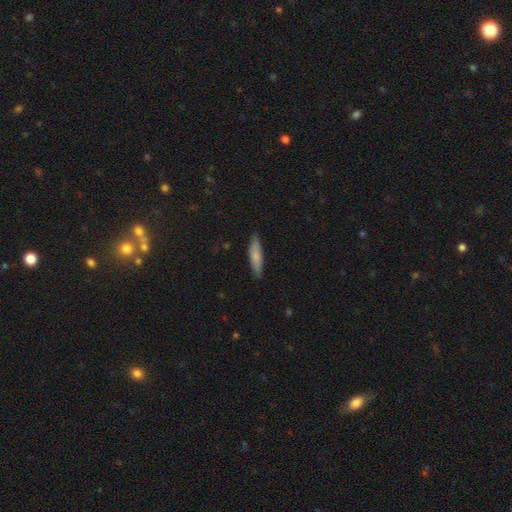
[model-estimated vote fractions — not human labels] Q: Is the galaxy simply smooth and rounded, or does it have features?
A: smooth — 78%.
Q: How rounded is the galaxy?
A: cigar-shaped — 76%.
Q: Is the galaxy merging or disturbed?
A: none — 86%.